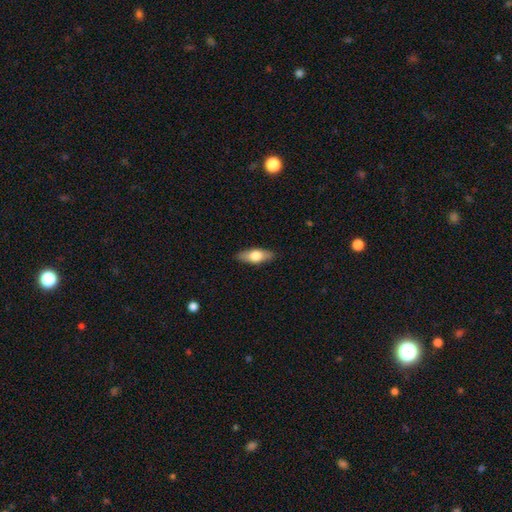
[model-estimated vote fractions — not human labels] smooth 63%, featured or disk 31%, star or artifact 6%. Down the decision tree: how rounded — in between (72%); merging — none (87%).